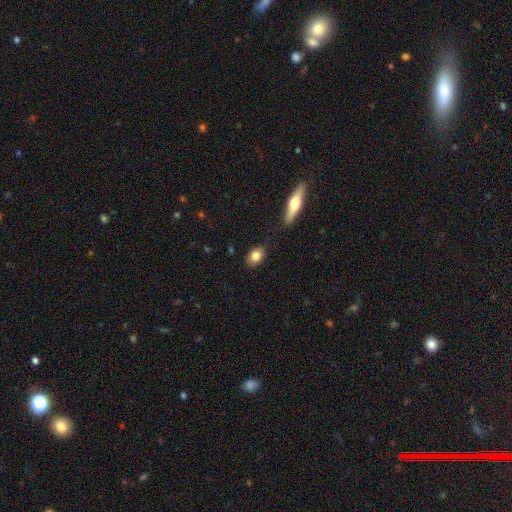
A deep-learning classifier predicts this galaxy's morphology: smooth 82%, featured or disk 11%, star or artifact 7%. Down the decision tree: how rounded — in between (76%); merging — none (83%).